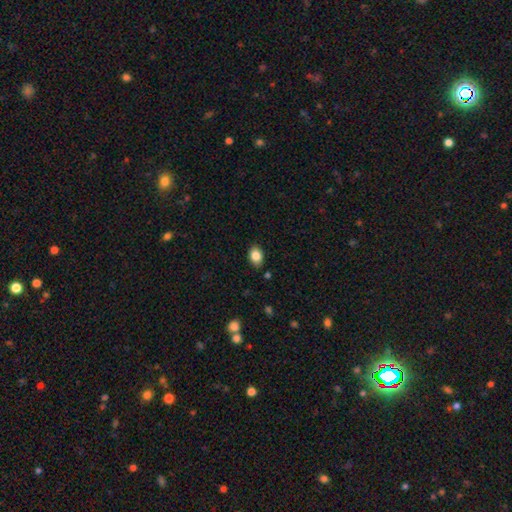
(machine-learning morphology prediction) smooth 85%, star or artifact 9%, featured or disk 6%. Down the decision tree: how rounded — in between (77%); merging — none (85%).